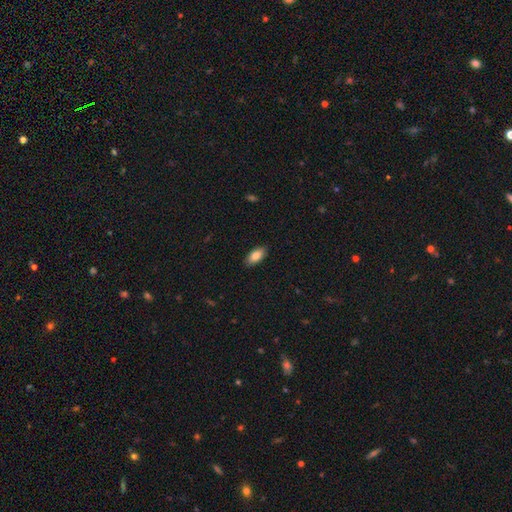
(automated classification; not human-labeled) Q: Smooth or featured?
A: smooth (81%); runner-up: featured or disk (12%)
Q: How rounded?
A: in between (90%); runner-up: cigar-shaped (7%)
Q: Merging?
A: none (89%); runner-up: minor disturbance (8%)